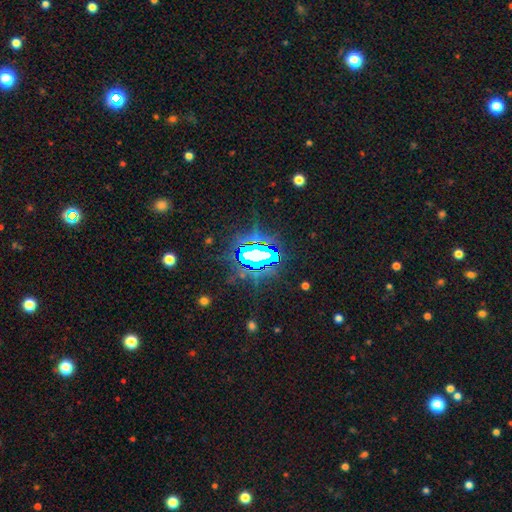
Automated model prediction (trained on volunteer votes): Smooth or featured: star or artifact — 74% (smooth — 13%)